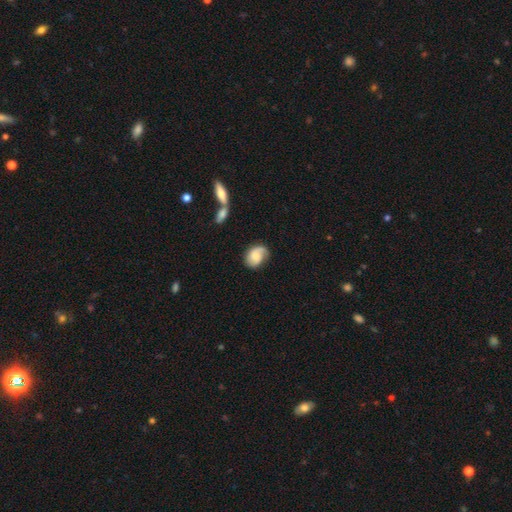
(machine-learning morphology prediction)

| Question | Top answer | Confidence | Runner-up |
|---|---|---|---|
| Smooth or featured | featured or disk | 50% | smooth (43%) |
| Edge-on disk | no | 97% | yes (3%) |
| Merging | none | 58% | minor disturbance (26%) |